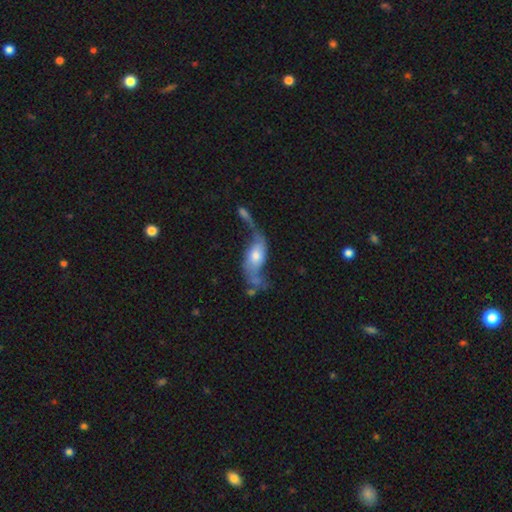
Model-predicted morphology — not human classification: The model was most divided on "merging": none: 32%, merger: 25%, major disturbance: 25%, minor disturbance: 18%. More confident: edge-on disk — no (89%); spiral arms — yes (81%); smooth or featured — featured or disk (67%); bar — no (61%); bulge size — moderate (55%).